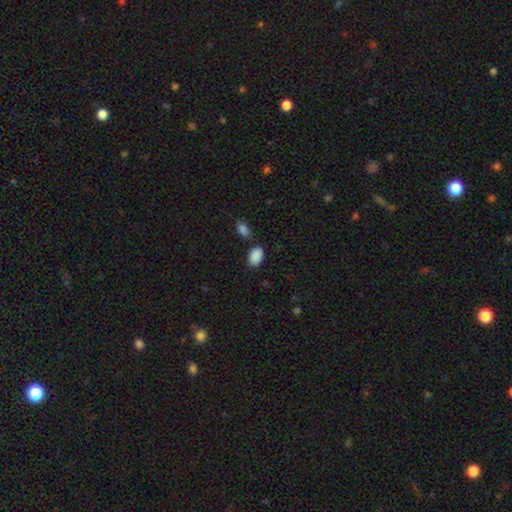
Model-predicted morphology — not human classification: smooth-or-featured: smooth: 89% | star or artifact: 7% | featured or disk: 3%
  how-rounded: in between: 89% | round: 10% | cigar-shaped: 1%
  merging: none: 74% | minor disturbance: 15% | merger: 8% | major disturbance: 3%